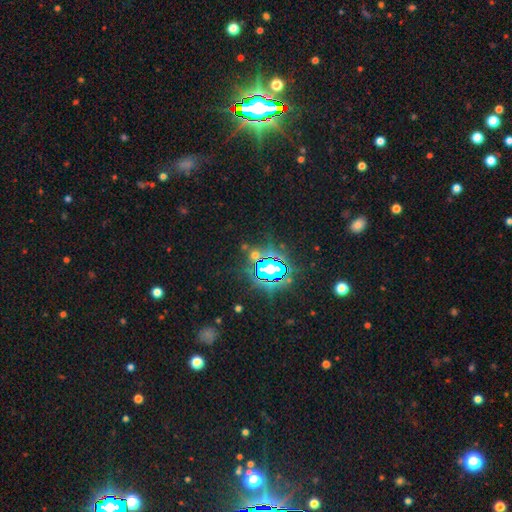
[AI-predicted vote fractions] This is likely a star or artifact rather than a galaxy (75%).